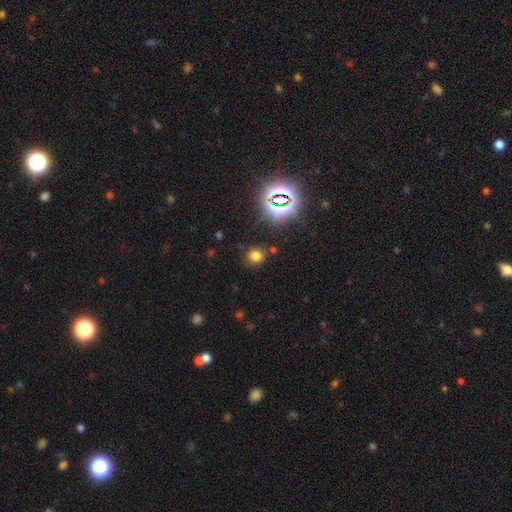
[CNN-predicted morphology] smooth_or_featured: smooth (p=0.69) [alt: star or artifact p=0.25]
how_rounded: round (p=0.83) [alt: in between p=0.16]
merging: none (p=0.82) [alt: minor disturbance p=0.10]